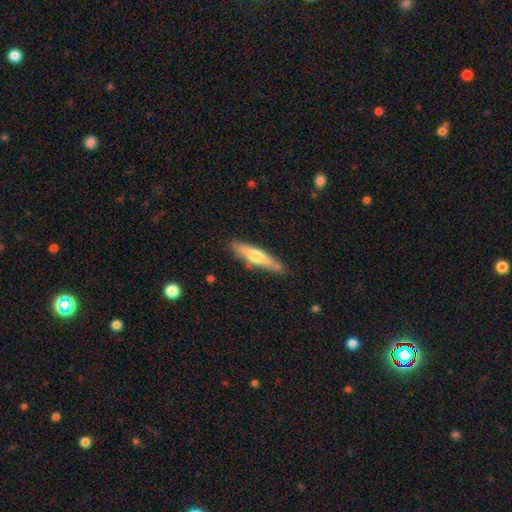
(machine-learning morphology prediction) A smooth galaxy with no disk features (48%).

Vote fractions:
- Smooth or featured? smooth: 48% / featured or disk: 47% / star or artifact: 6%
- Merging? none: 81% / minor disturbance: 14% / major disturbance: 3% / merger: 2%